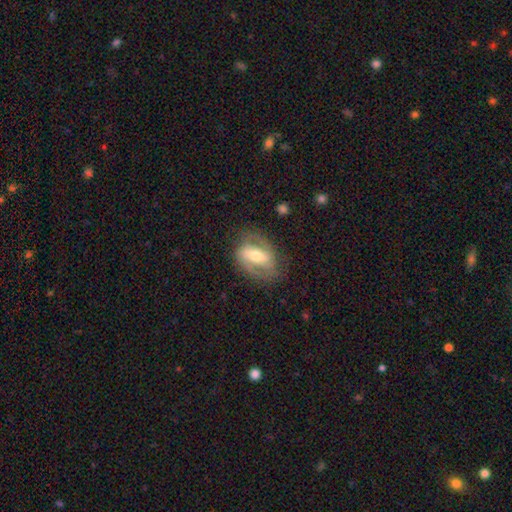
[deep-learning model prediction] Smooth or featured? featured or disk (74%)
Edge-on disk? no (94%)
Bar? strong (53%)
Spiral arms? yes (79%)
Spiral winding? medium (46%)
Spiral arm count? 2 (83%)
Bulge size? moderate (62%)
Merging? none (73%)